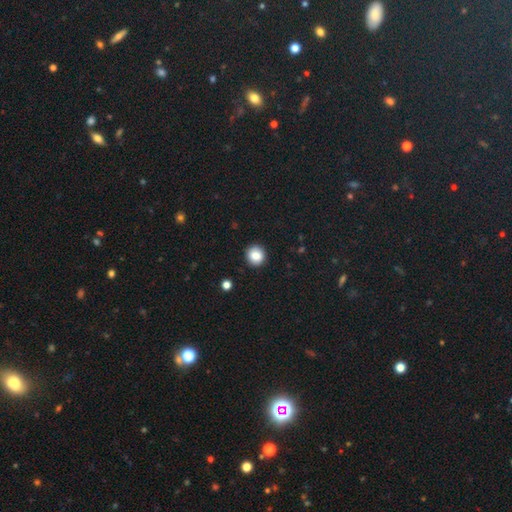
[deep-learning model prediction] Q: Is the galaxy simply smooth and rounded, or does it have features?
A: smooth — 86%.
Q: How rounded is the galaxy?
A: round — 91%.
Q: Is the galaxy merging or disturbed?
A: none — 91%.